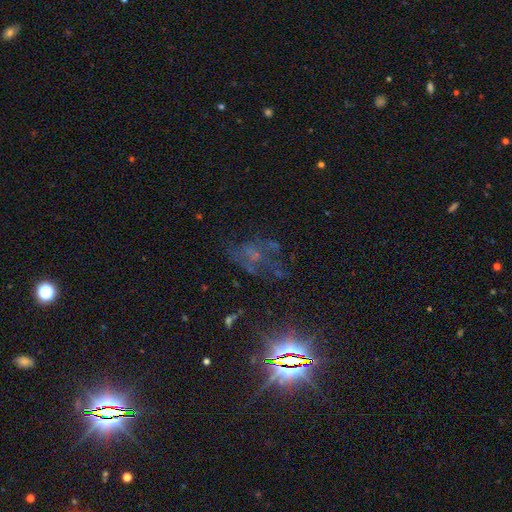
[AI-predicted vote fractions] Smooth or featured? Predicted: star or artifact (p=0.49).